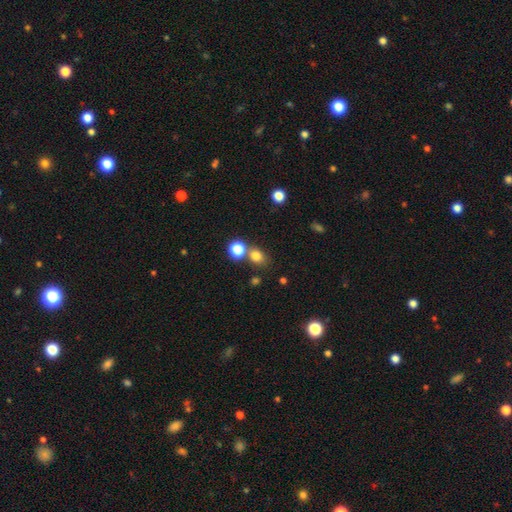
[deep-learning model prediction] Overall: smooth (77%). How rounded: round (60%; in between 39%). Merging: none (63%).